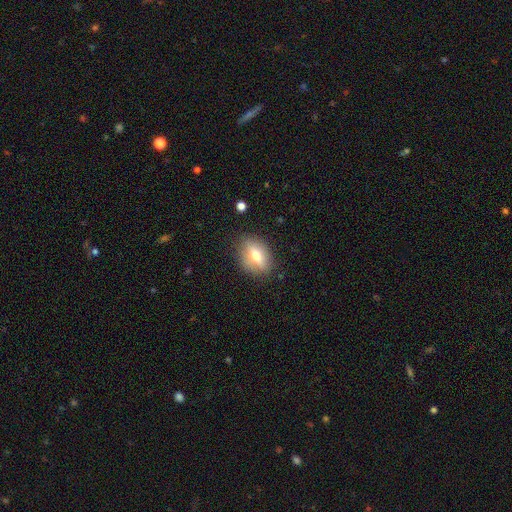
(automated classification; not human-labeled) Morphology: type=smooth (57%); roundness=in between (71%); merging=none (81%).